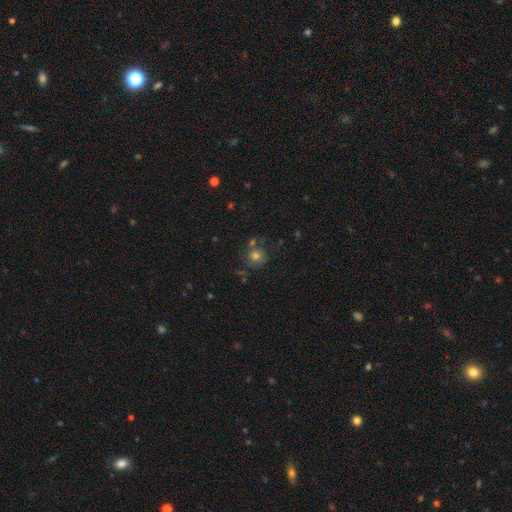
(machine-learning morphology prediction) Smooth or featured? smooth (67%)
How rounded? round (89%)
Merging? none (67%)